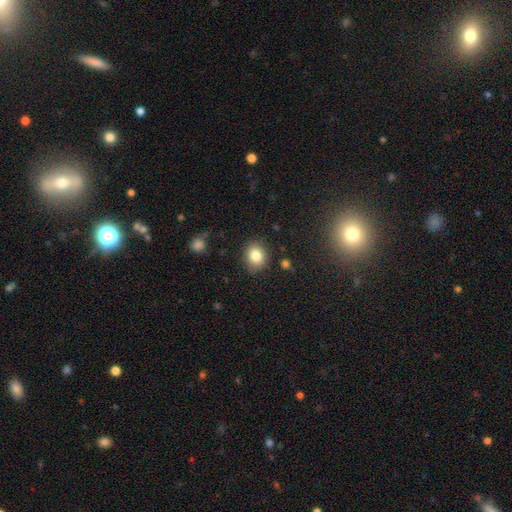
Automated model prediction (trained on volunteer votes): Morphology: type=smooth (82%); roundness=round (58%); merging=none (85%).